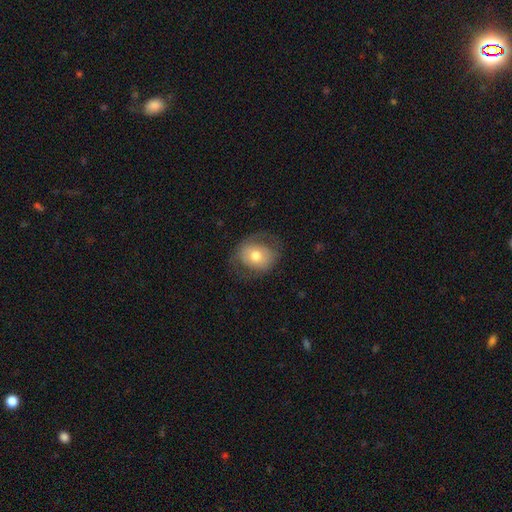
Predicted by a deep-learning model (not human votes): Q: Smooth or featured?
A: smooth (59%); runner-up: featured or disk (33%)
Q: How rounded?
A: round (57%); runner-up: in between (42%)
Q: Merging?
A: none (66%); runner-up: minor disturbance (19%)